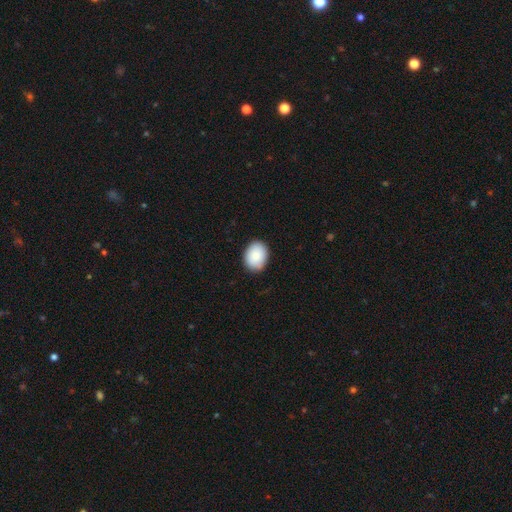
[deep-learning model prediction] Smooth or featured: smooth — 89% (star or artifact — 7%)
How rounded: in between — 61% (round — 38%)
Merging: none — 87% (minor disturbance — 10%)